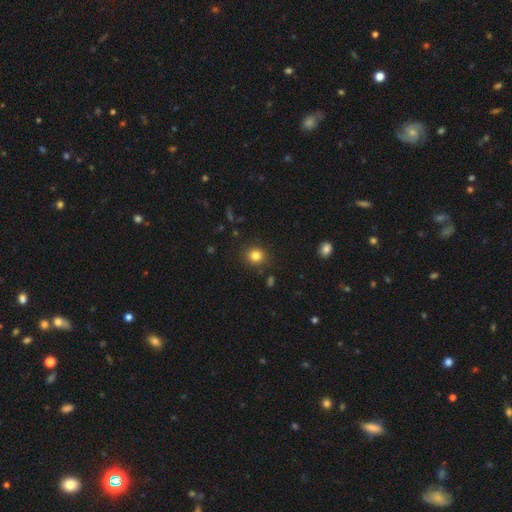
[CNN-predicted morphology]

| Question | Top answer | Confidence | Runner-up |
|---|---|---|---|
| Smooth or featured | smooth | 82% | star or artifact (12%) |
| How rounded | round | 87% | in between (12%) |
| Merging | none | 89% | minor disturbance (7%) |